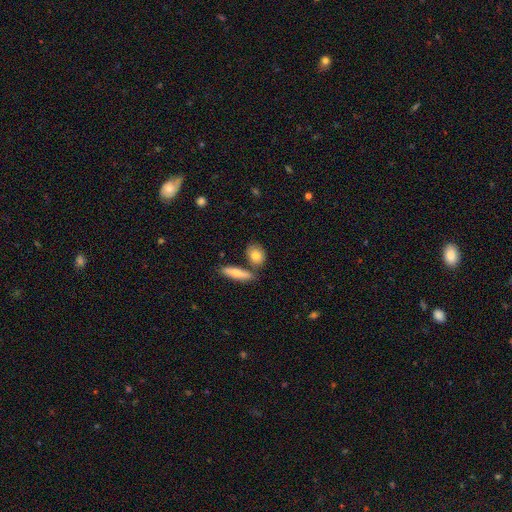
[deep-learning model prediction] This is clearly a smooth galaxy (81%). How rounded: likely in between (62%). Merging: likely none (63%).